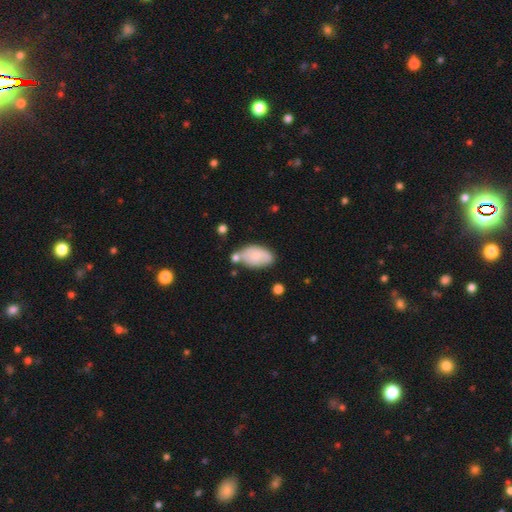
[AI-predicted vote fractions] The model was most divided on "merging": none: 52%, minor disturbance: 25%, merger: 17%, major disturbance: 7%. More confident: how rounded — in between (93%); smooth or featured — smooth (71%).